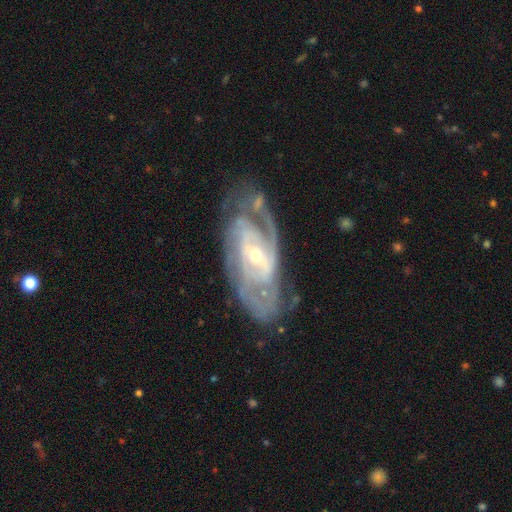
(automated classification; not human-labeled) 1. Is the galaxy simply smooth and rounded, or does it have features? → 88% featured or disk, 6% smooth, 5% star or artifact.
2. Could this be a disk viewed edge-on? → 94% no, 6% yes.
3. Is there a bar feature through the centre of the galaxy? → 41% weak, 33% no, 26% strong.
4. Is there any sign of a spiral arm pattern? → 95% yes, 5% no.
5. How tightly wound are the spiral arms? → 53% tight, 38% medium, 9% loose.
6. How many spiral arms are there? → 46% 2, 24% can't tell, 16% 3, 6% 4, 4% 1, 4% more than 4.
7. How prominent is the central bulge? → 59% small, 37% moderate, 2% large, 1% none, 1% dominant.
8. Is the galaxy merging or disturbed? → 64% none, 21% minor disturbance, 12% major disturbance, 3% merger.